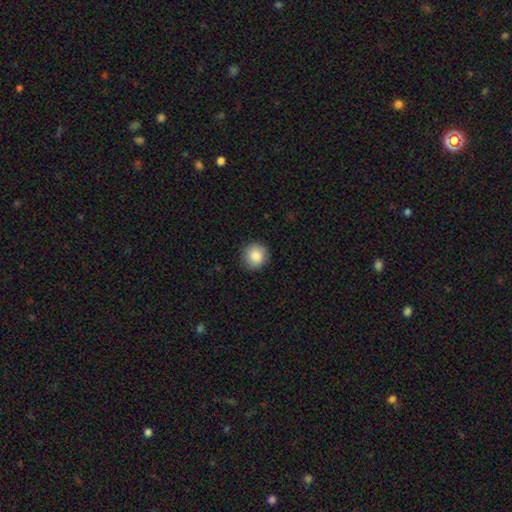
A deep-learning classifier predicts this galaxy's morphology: A smooth galaxy with no disk features (86%) that is round (92%). Merging: none (89%).